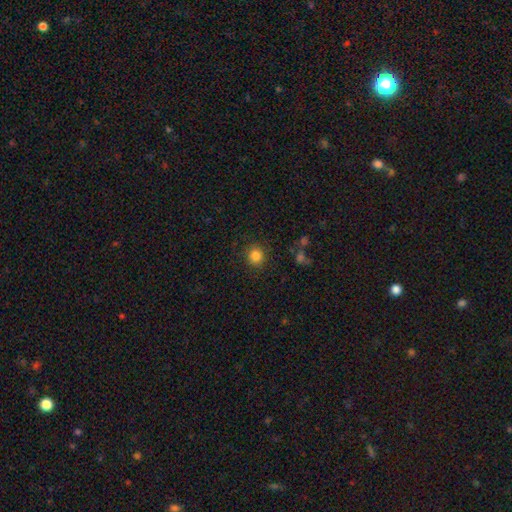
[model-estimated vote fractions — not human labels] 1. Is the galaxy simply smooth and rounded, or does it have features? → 84% smooth, 11% star or artifact, 5% featured or disk.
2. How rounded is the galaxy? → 88% round, 11% in between, 1% cigar-shaped.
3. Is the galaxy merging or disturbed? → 87% none, 8% minor disturbance, 3% major disturbance, 2% merger.